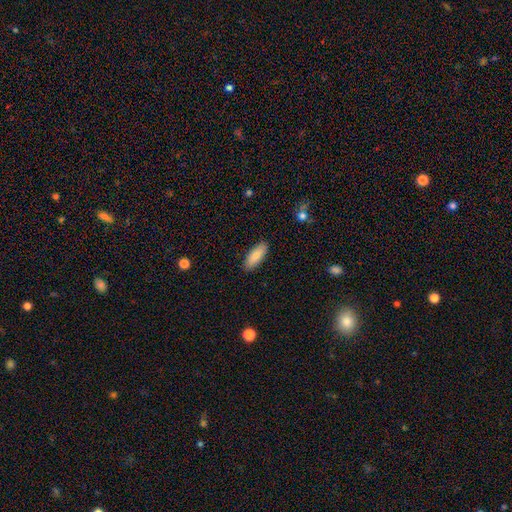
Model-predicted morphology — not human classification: Smooth or featured? Predicted: smooth (p=0.85). How rounded? Predicted: in between (p=0.74). Merging? Predicted: none (p=0.88).